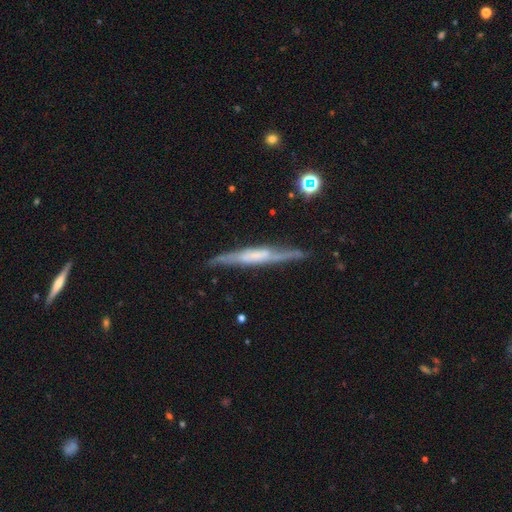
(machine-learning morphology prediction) Overall: featured or disk (70%). Edge-on disk: yes (91%). Edge-on bulge: boxy (42%; none 34%). Merging: none (78%).